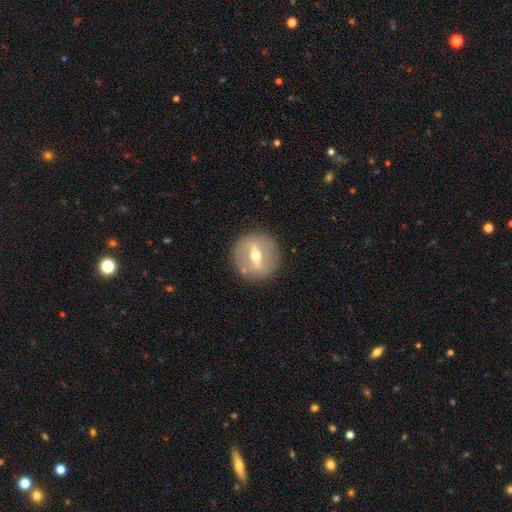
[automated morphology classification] A featured or disk galaxy (67%) with a strong bar (59%), no spiral arms (78%) and a moderate central bulge (71%).

Vote fractions:
- Smooth or featured? featured or disk: 67% / smooth: 26% / star or artifact: 7%
- Edge-on disk? no: 78% / yes: 22%
- Bar? strong: 59% / weak: 31% / no: 10%
- Spiral arms? no: 78% / yes: 22%
- Bulge size? moderate: 71% / small: 22% / large: 5% / dominant: 1% / none: 1%
- Merging? none: 86% / minor disturbance: 9% / major disturbance: 3% / merger: 2%